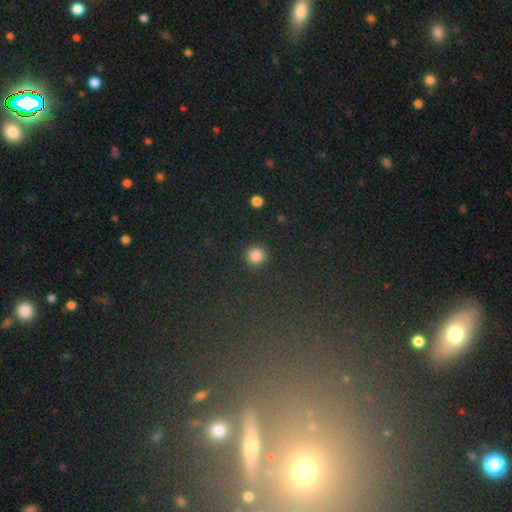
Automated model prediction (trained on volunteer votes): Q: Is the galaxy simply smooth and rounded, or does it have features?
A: smooth — 85%.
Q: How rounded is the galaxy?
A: round — 94%.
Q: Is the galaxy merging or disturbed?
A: none — 90%.